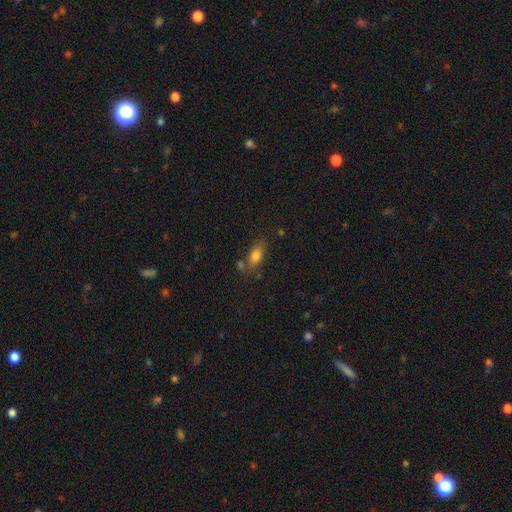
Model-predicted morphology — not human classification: A smooth galaxy with no disk features (79%) that is in between round and cigar-shaped (82%).

Vote fractions:
- Smooth or featured? smooth: 79% / star or artifact: 10% / featured or disk: 10%
- How rounded? in between: 82% / cigar-shaped: 9% / round: 8%
- Merging? none: 62% / minor disturbance: 17% / merger: 15% / major disturbance: 6%